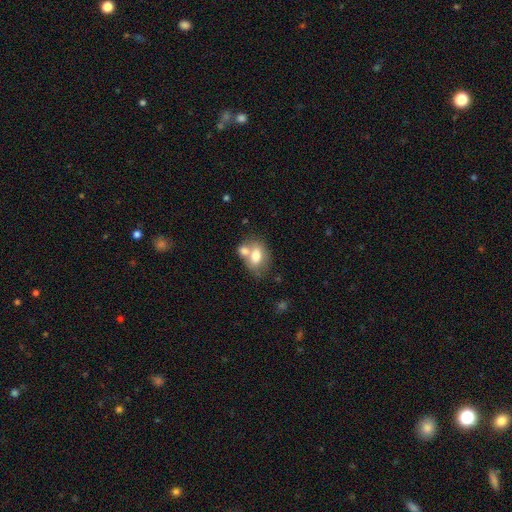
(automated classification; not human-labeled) Smooth or featured?
  - smooth: 71% *
  - featured or disk: 21%
  - star or artifact: 8%
How rounded?
  - in between: 74% *
  - round: 25%
  - cigar-shaped: 1%
Merging?
  - merger: 47% *
  - none: 35%
  - minor disturbance: 13%
  - major disturbance: 5%